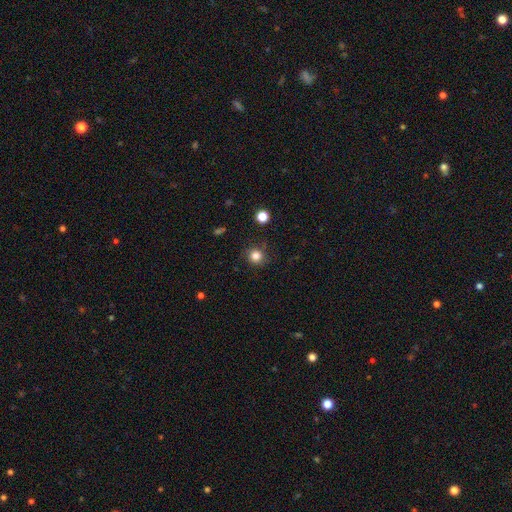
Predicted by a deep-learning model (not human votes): smooth-or-featured: smooth: 82% | star or artifact: 13% | featured or disk: 5%
  how-rounded: round: 93% | in between: 6% | cigar-shaped: 1%
  merging: none: 85% | minor disturbance: 10% | major disturbance: 3% | merger: 2%